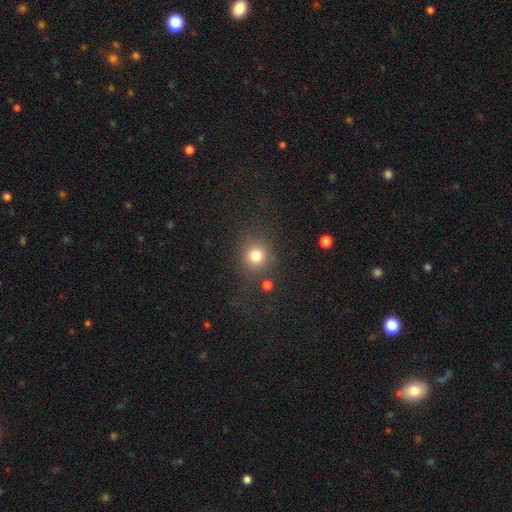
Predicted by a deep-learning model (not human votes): Q: Smooth or featured?
A: smooth (79%); runner-up: star or artifact (14%)
Q: How rounded?
A: round (88%); runner-up: in between (11%)
Q: Merging?
A: none (79%); runner-up: minor disturbance (11%)